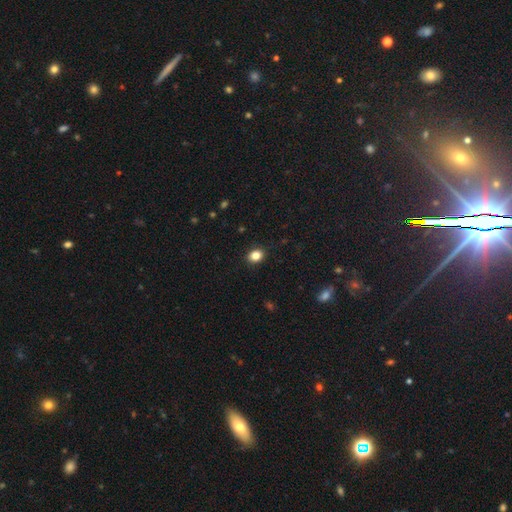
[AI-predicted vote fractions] A smooth galaxy with no disk features (85%) that is in between round and cigar-shaped (55%).

Vote fractions:
- Smooth or featured? smooth: 85% / star or artifact: 10% / featured or disk: 5%
- How rounded? in between: 55% / round: 44% / cigar-shaped: 1%
- Merging? none: 89% / minor disturbance: 8% / major disturbance: 2% / merger: 1%